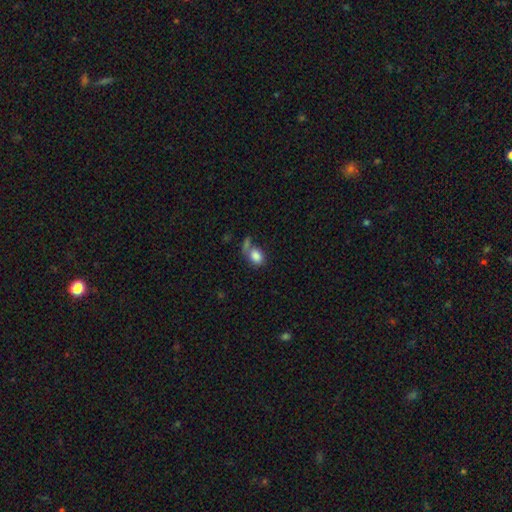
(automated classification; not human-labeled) This is clearly a smooth galaxy (84%). How rounded: likely in between (69%). Merging: marginally none (41%).